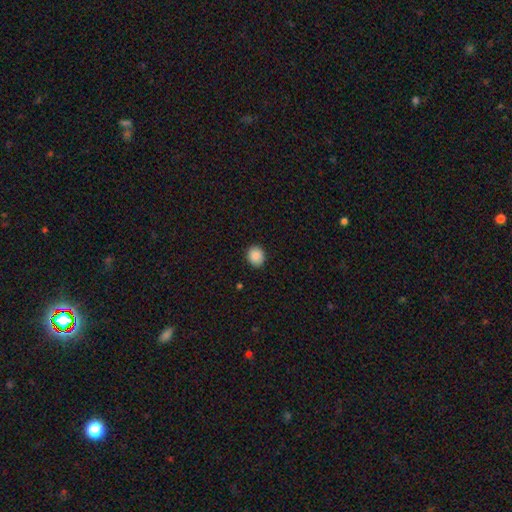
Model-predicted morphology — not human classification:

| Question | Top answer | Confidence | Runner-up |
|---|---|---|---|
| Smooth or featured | smooth | 89% | star or artifact (8%) |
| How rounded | round | 66% | in between (34%) |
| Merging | none | 90% | minor disturbance (7%) |